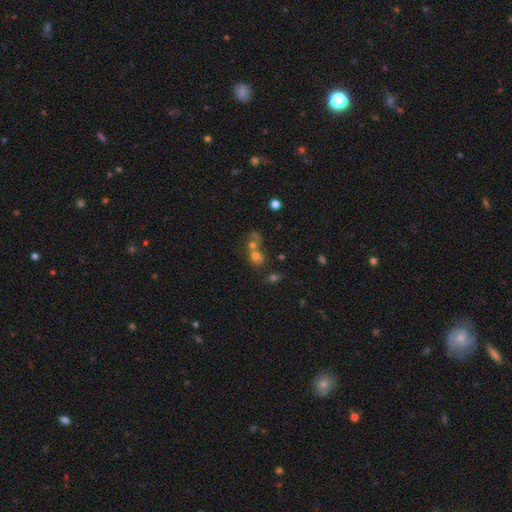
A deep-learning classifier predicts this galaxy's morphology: A smooth galaxy with no disk features (61%) that is round (68%). Merging: merger (60%).